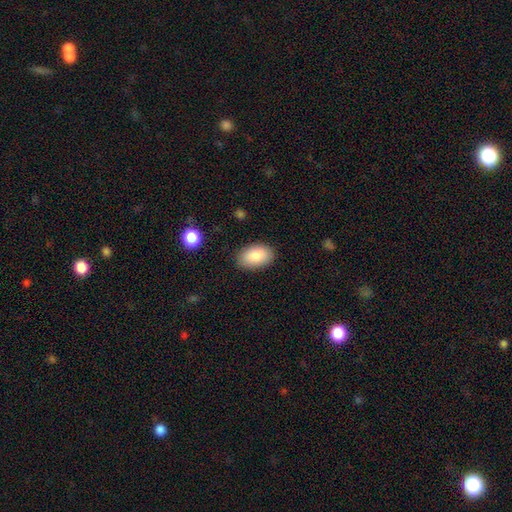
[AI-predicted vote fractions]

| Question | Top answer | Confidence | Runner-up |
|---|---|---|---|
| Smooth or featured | smooth | 85% | featured or disk (8%) |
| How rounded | in between | 92% | round (7%) |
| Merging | none | 86% | minor disturbance (10%) |